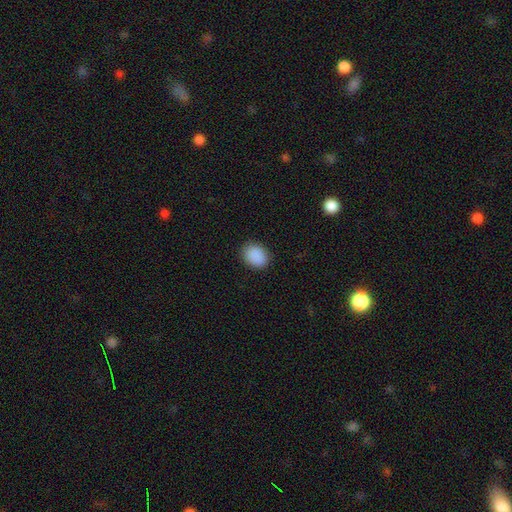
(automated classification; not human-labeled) Q: Smooth or featured?
A: smooth (89%); runner-up: star or artifact (8%)
Q: How rounded?
A: in between (54%); runner-up: round (45%)
Q: Merging?
A: none (87%); runner-up: minor disturbance (10%)